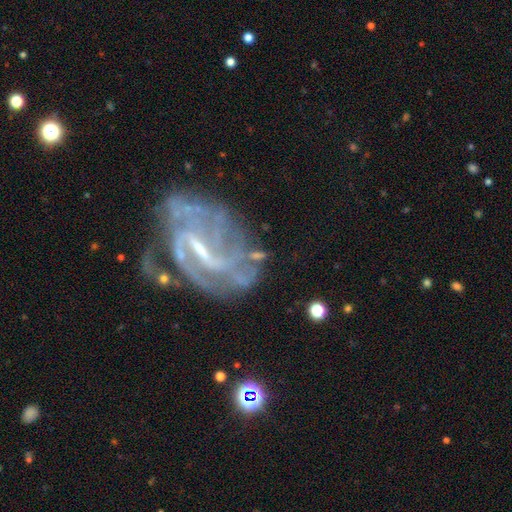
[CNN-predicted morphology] Overall: featured or disk (87%). Edge-on disk: no (97%). Bar: strong (45%; weak 43%). Spiral arms: yes (91%). Spiral arm count: 2 (31%; can't tell 29%). Spiral winding: medium (44%; tight 34%). Bulge size: small (62%). Merging: none (49%; major disturbance 23%).